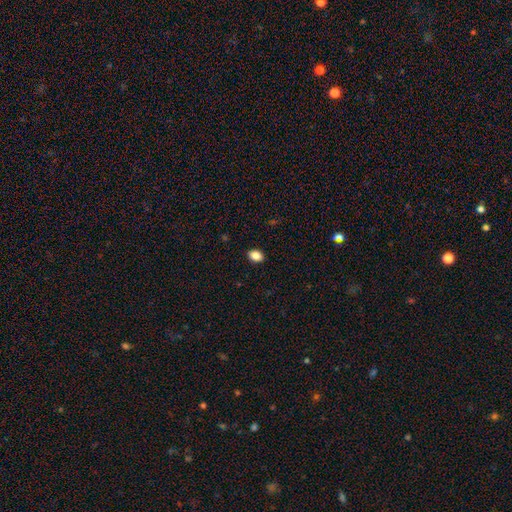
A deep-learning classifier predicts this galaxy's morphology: smooth 87%, star or artifact 9%, featured or disk 4%. Down the decision tree: how rounded — in between (79%); merging — none (90%).